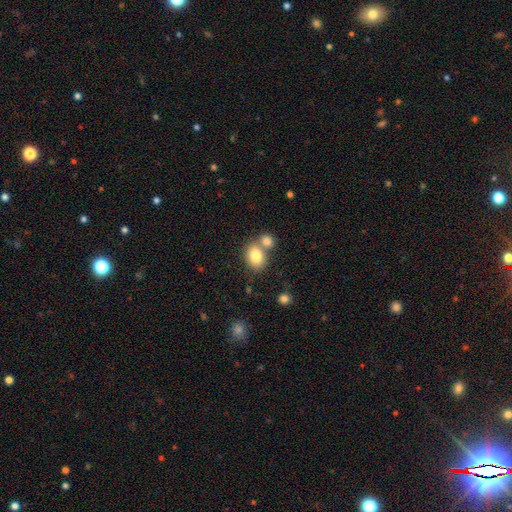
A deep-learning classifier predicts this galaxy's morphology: The model was most divided on "merging": none: 48%, merger: 39%, minor disturbance: 9%, major disturbance: 3%. More confident: smooth or featured — smooth (81%); how rounded — in between (59%).